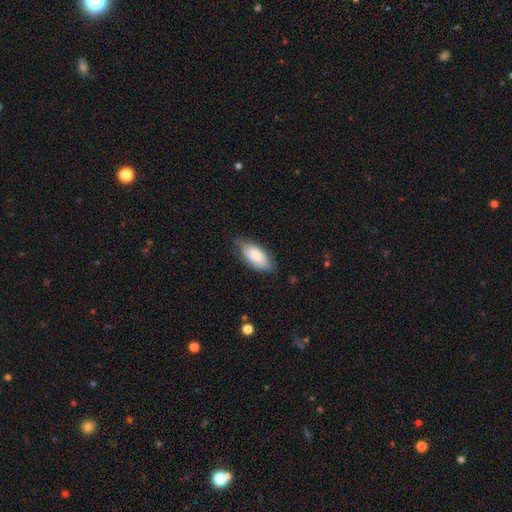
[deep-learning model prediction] Overall: smooth (75%). How rounded: in between (90%). Merging: none (70%).